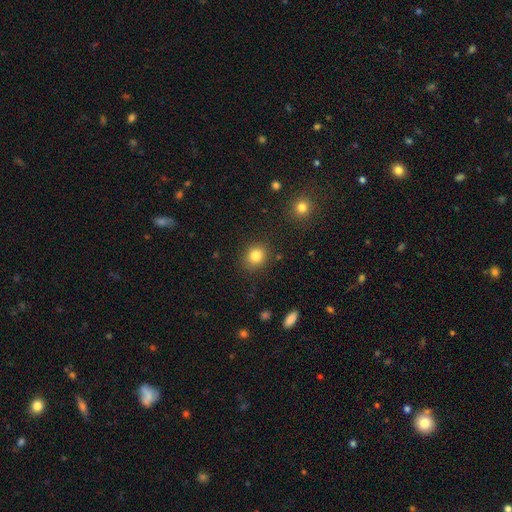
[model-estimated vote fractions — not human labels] smooth 83%, star or artifact 11%, featured or disk 6%. Down the decision tree: how rounded — round (73%); merging — none (86%).